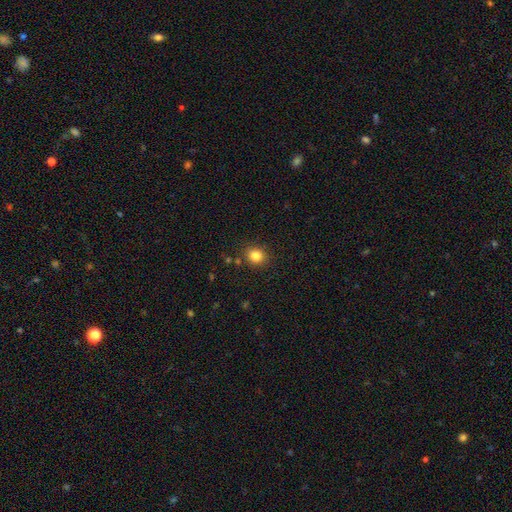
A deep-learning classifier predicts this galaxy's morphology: Smooth or featured? Predicted: smooth (p=0.83). How rounded? Predicted: round (p=0.74). Merging? Predicted: none (p=0.87).